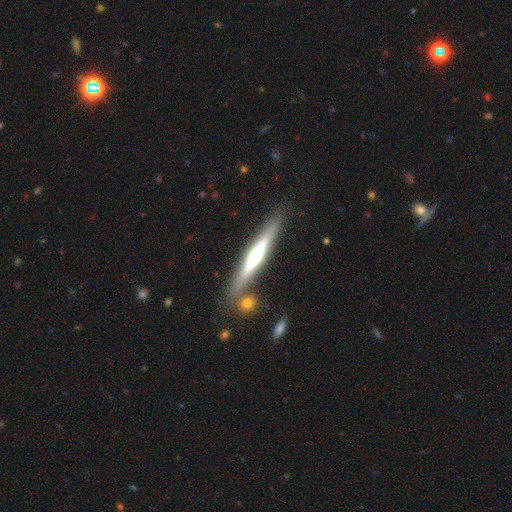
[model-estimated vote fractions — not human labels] Smooth or featured? featured or disk (63%)
Edge-on disk? yes (95%)
Edge-on bulge? rounded (66%)
Merging? none (79%)